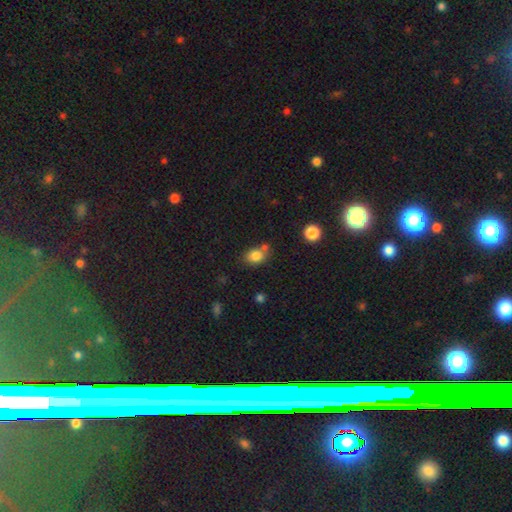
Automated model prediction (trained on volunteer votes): smooth_or_featured: smooth (p=0.82) [alt: star or artifact p=0.11]
how_rounded: in between (p=0.58) [alt: round p=0.41]
merging: none (p=0.60) [alt: merger p=0.21]